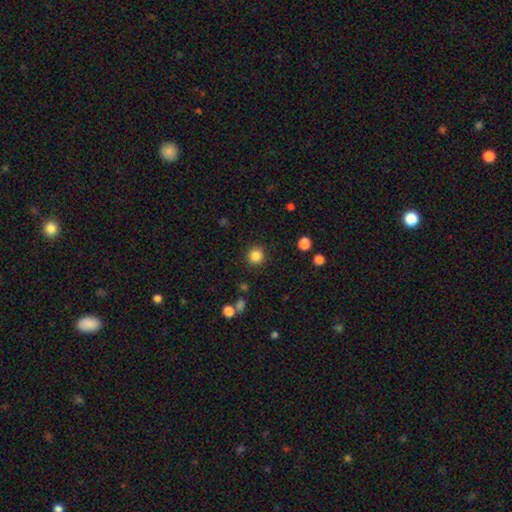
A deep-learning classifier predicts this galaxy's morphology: smooth 84%, star or artifact 11%, featured or disk 4%. Down the decision tree: how rounded — round (94%); merging — none (91%).